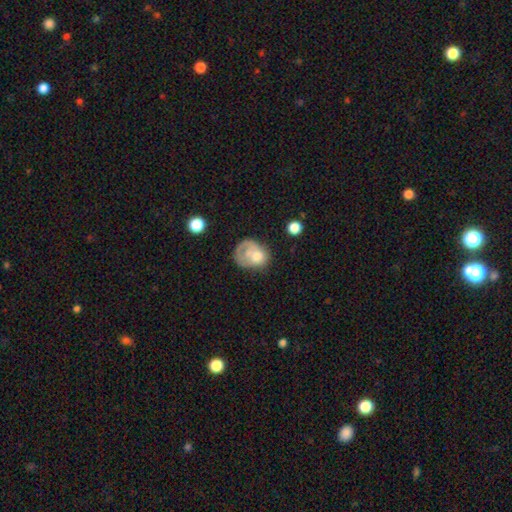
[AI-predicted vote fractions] smooth 54%, featured or disk 37%, star or artifact 9%. Down the decision tree: how rounded — round (51%); merging — major disturbance (31%, tied with none).